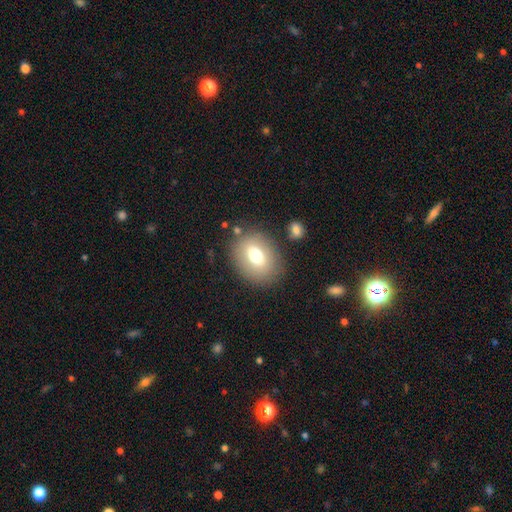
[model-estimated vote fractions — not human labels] This appears to be a smooth galaxy with no disk features (68%) that is in between round and cigar-shaped (64%). Merging: none (79%).